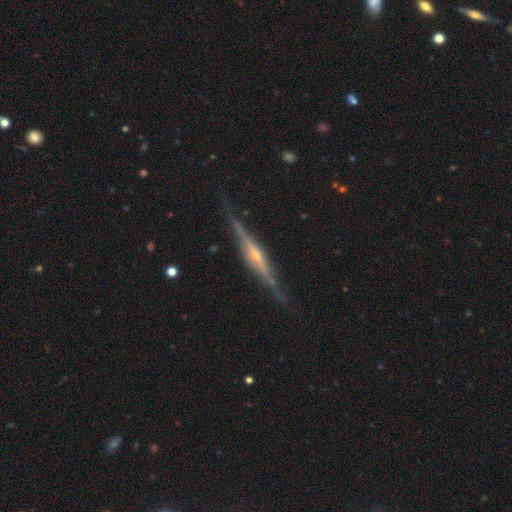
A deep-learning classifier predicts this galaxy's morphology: type=featured or disk (84%); edge-on=yes (96%); edge-on bulge=rounded (70%); merging=none (81%).